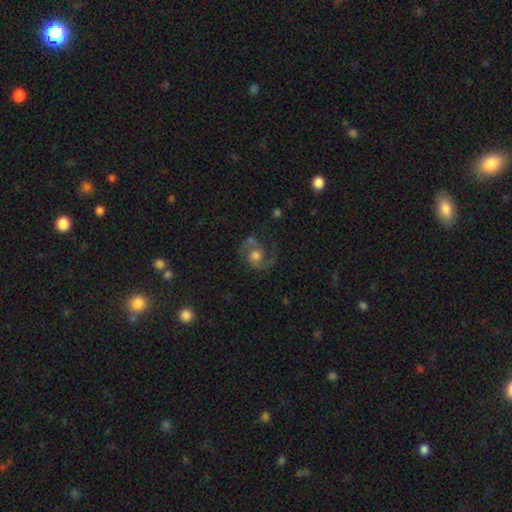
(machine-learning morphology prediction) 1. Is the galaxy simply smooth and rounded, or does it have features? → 64% featured or disk, 25% smooth, 10% star or artifact.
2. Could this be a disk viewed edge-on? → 97% no, 3% yes.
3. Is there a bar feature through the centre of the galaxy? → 72% no, 24% weak, 4% strong.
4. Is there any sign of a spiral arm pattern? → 88% yes, 12% no.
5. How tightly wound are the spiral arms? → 50% medium, 36% loose, 14% tight.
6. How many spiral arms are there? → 83% 2, 9% 1, 4% can't tell, 1% 3, 1% 4, 1% more than 4.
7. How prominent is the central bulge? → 47% moderate, 34% large, 11% small, 5% none, 4% dominant.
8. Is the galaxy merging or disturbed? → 57% none, 19% minor disturbance, 17% major disturbance, 7% merger.